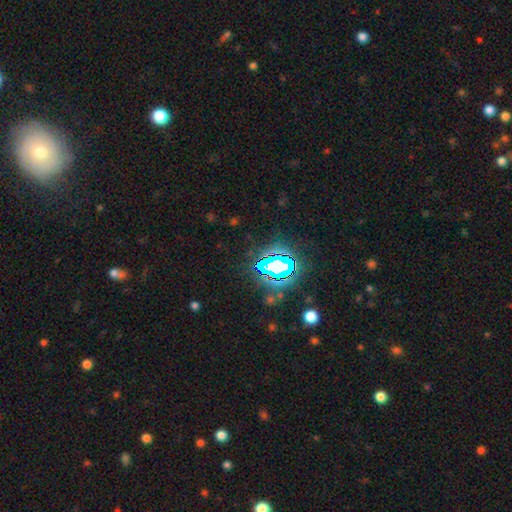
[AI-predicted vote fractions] This appears to be a star or artifact, not a galaxy (78%).